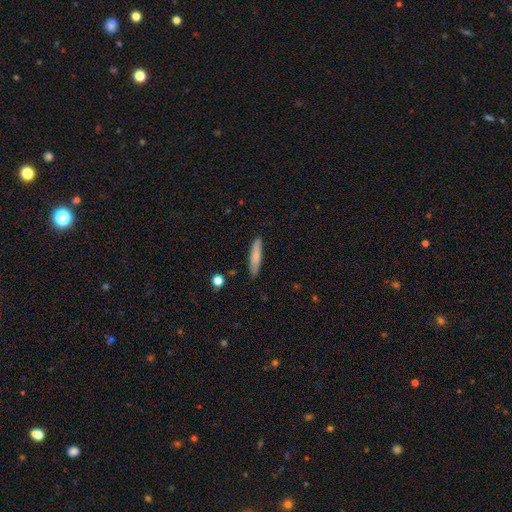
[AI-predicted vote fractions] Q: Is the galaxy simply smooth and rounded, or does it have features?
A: smooth — 74%.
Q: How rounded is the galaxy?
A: cigar-shaped — 84%.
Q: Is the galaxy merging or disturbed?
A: none — 86%.